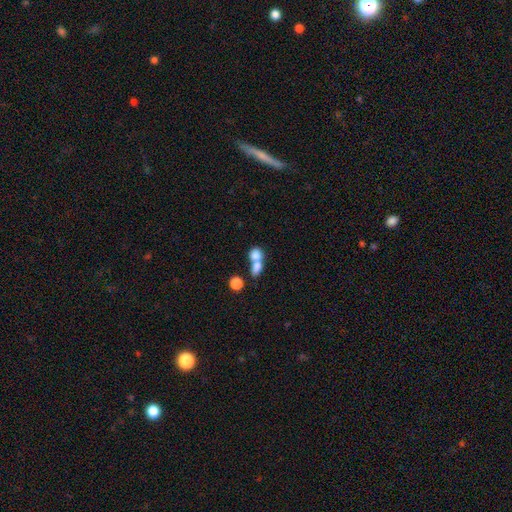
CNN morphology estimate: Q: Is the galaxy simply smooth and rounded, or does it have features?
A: smooth — 77%.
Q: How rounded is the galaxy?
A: in between — 54%.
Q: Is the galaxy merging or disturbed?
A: merger — 67%.